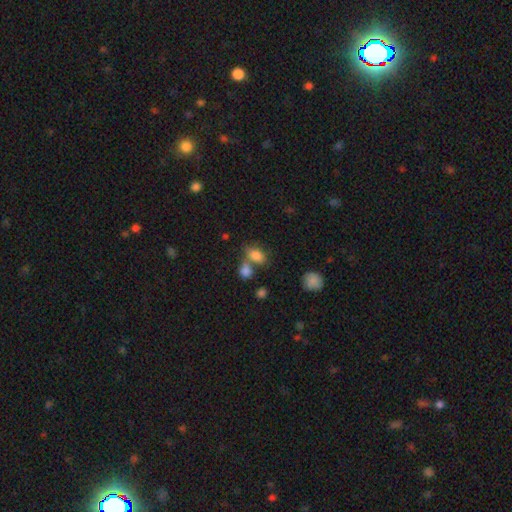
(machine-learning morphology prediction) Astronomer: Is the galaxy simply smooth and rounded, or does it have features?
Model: smooth — 83%.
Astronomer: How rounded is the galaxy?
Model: in between — 80%.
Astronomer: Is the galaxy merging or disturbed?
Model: none — 43% (runner-up: merger, 39%).